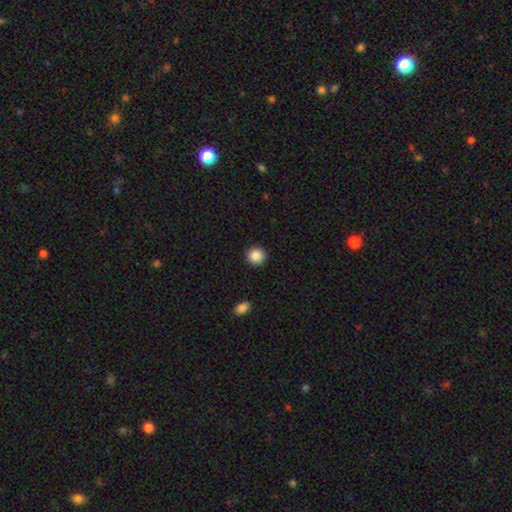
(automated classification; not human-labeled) Q: Smooth or featured?
A: smooth (88%); runner-up: star or artifact (9%)
Q: How rounded?
A: round (95%); runner-up: in between (5%)
Q: Merging?
A: none (93%); runner-up: minor disturbance (4%)